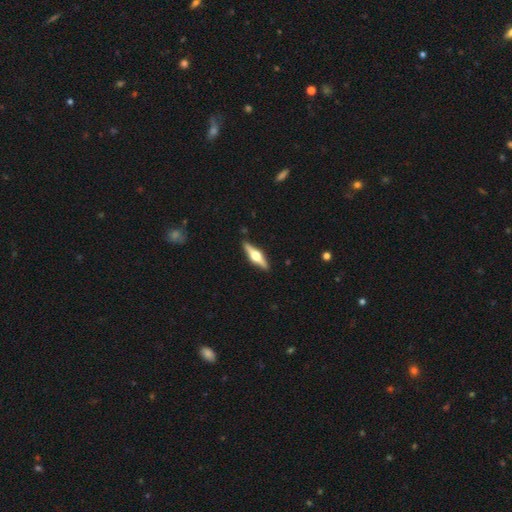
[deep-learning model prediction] Overall: featured or disk (77%). Edge-on disk: yes (97%). Edge-on bulge: rounded (96%). Merging: none (90%).